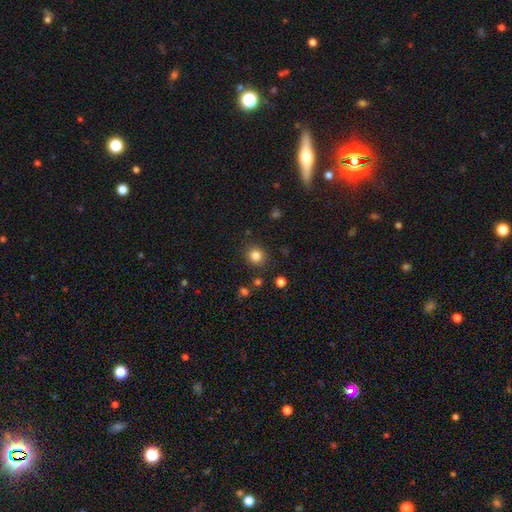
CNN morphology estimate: smooth 82%, star or artifact 12%, featured or disk 5%. Down the decision tree: how rounded — round (85%); merging — none (86%).